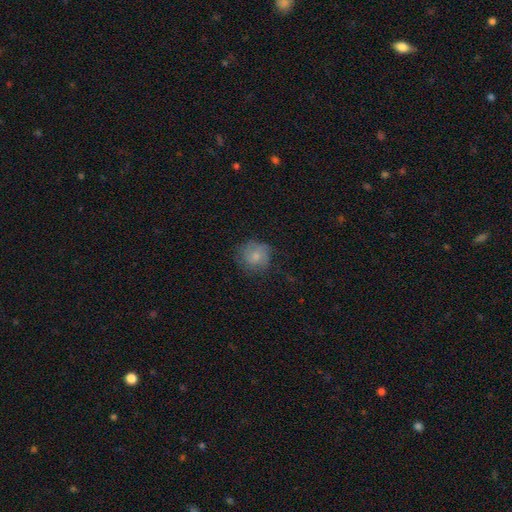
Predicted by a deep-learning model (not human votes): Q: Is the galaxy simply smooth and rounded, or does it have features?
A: smooth — 75%.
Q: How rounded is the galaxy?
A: round — 84%.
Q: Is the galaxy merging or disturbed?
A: none — 63%.